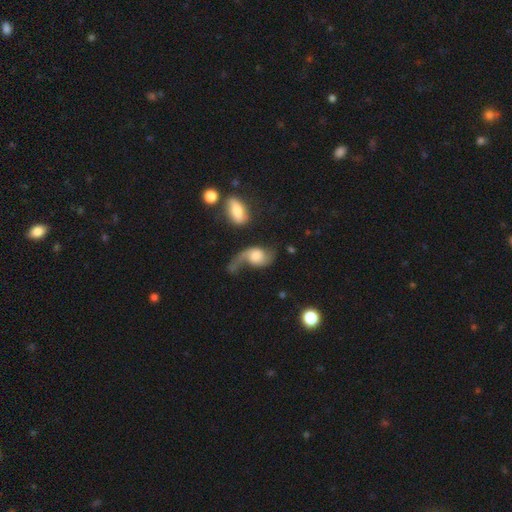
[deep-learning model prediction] This appears to be a featured or disk galaxy (63%) with no bar (67%), 2 (51%) loose (82%) spiral arms (89%) and a large central bulge (32%). Merging: major disturbance (40%).